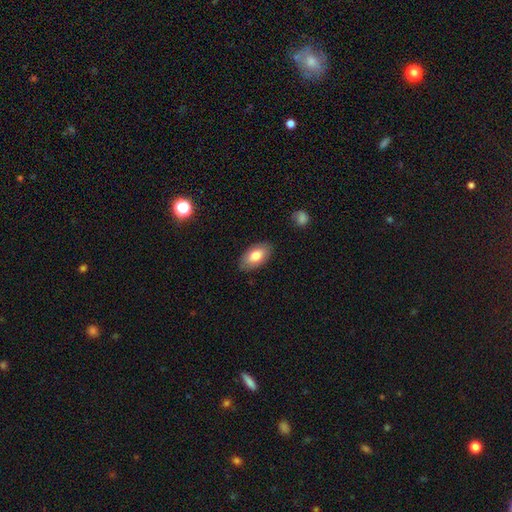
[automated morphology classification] type=smooth (80%); roundness=in between (94%); merging=none (86%).